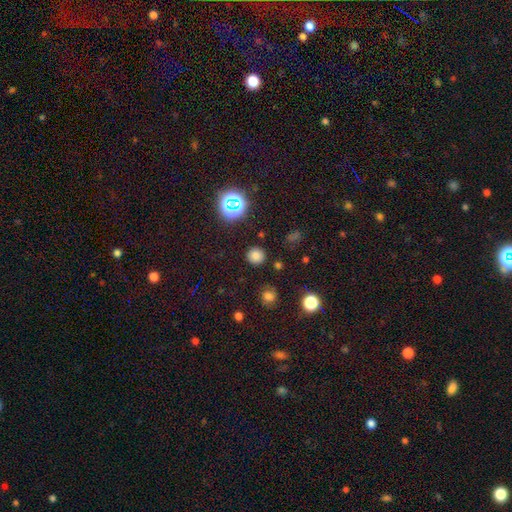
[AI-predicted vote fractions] A smooth galaxy with no disk features (75%) that is round (93%). Merging: none (89%).